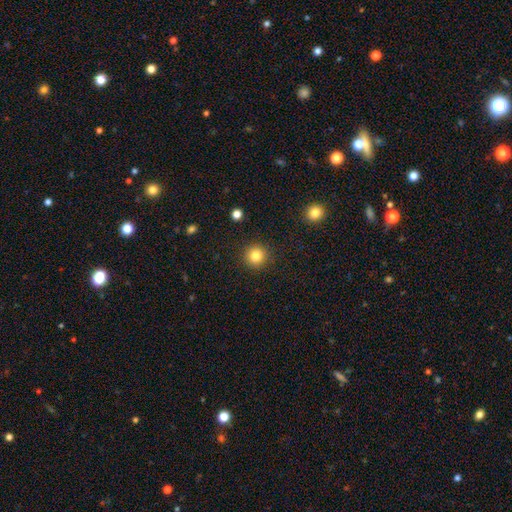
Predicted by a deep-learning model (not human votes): The model was most divided on "smooth or featured": smooth: 83%, star or artifact: 11%, featured or disk: 6%. More confident: how rounded — round (95%); merging — none (92%).